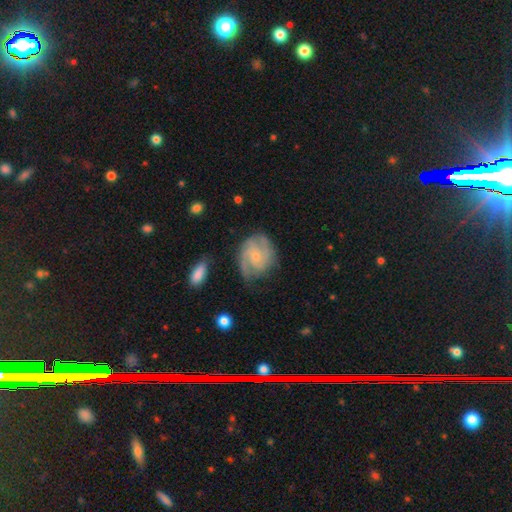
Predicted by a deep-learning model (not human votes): This appears to be a featured or disk galaxy (80%) with no bar (62%), 2 (44%) medium (44%, tied with tight) spiral arms (95%) and a small central bulge (71%). Merging: none (69%).